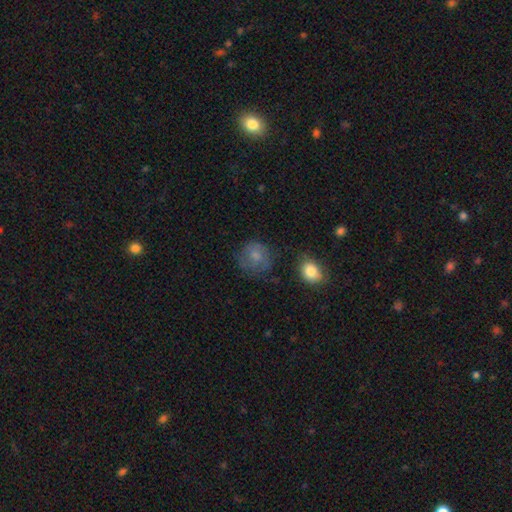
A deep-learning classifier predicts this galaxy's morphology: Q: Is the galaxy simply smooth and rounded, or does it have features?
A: smooth — 68%.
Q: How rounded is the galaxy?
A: round — 78%.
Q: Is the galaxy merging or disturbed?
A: none — 60%.